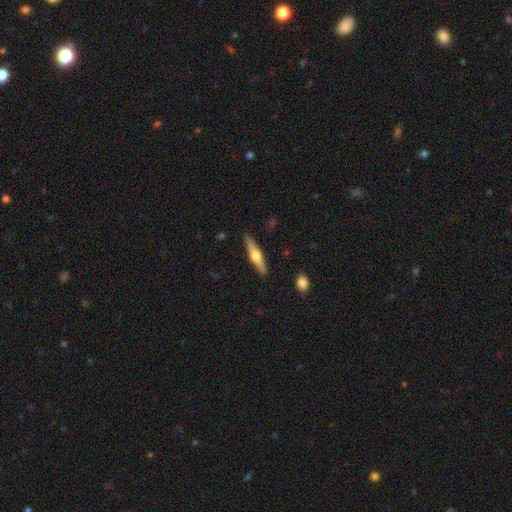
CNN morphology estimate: A featured or disk galaxy (62%) viewed edge-on (97%) with a rounded central bulge (94%). Merging: none (90%).